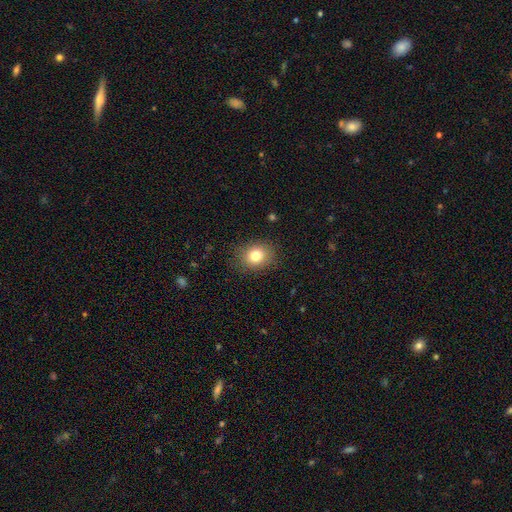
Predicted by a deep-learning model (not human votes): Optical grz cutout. It shows a smooth galaxy with no disk features (79%) that is round (61%). Merging: none (86%).